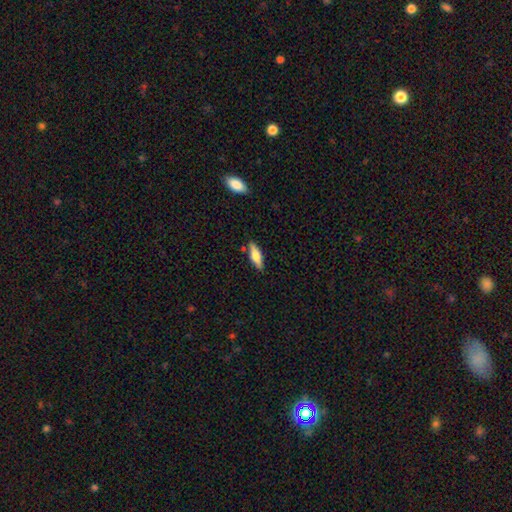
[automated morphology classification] This appears to be a smooth galaxy with no disk features (60%) that is in between round and cigar-shaped (51%). Merging: none (83%).